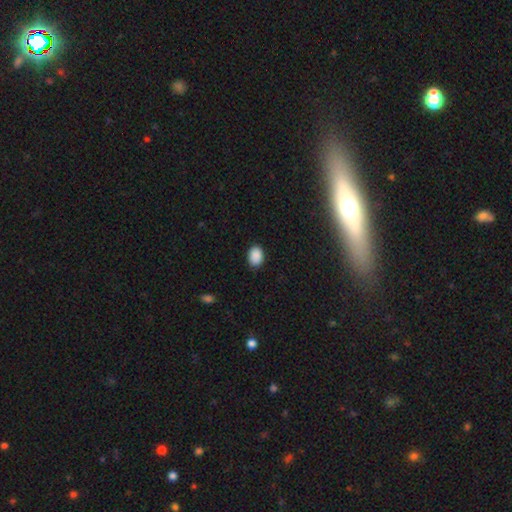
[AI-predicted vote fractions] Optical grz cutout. It shows a smooth galaxy with no disk features (90%) that is in between round and cigar-shaped (77%). Merging: none (87%).